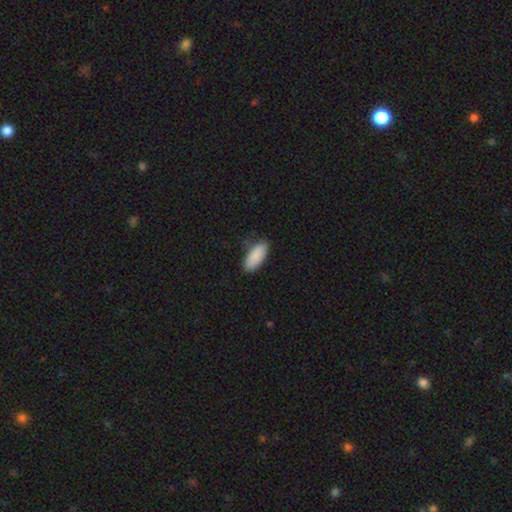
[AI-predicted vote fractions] The model was most divided on "merging": none: 79%, minor disturbance: 17%, major disturbance: 3%, merger: 1%. More confident: smooth or featured — smooth (89%); how rounded — in between (84%).